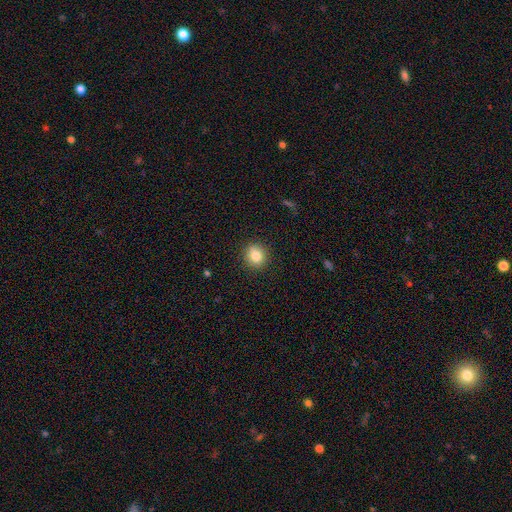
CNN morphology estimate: Smooth or featured?
  - smooth: 84% *
  - star or artifact: 10%
  - featured or disk: 6%
How rounded?
  - round: 81% *
  - in between: 18%
  - cigar-shaped: 1%
Merging?
  - none: 89% *
  - minor disturbance: 7%
  - major disturbance: 2%
  - merger: 1%